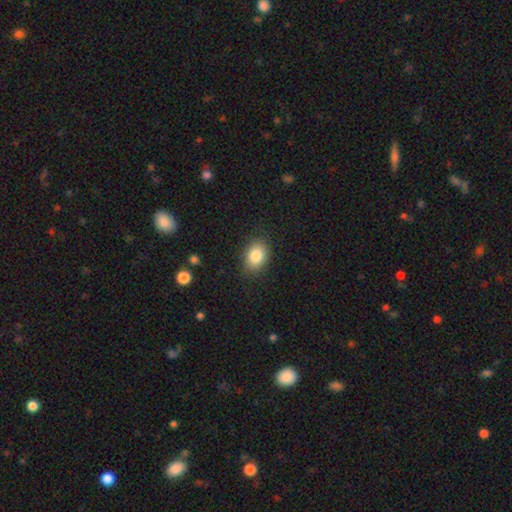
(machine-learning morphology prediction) A smooth galaxy with no disk features (84%) that is in between round and cigar-shaped (76%).

Vote fractions:
- Smooth or featured? smooth: 84% / star or artifact: 8% / featured or disk: 8%
- How rounded? in between: 76% / round: 23% / cigar-shaped: 1%
- Merging? none: 85% / minor disturbance: 11% / major disturbance: 3% / merger: 1%